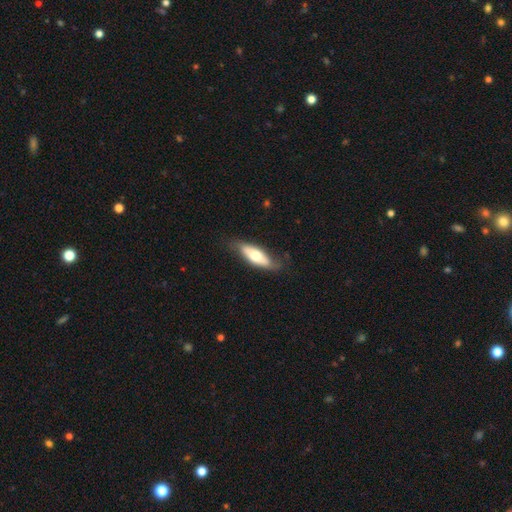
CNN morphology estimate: A smooth galaxy with no disk features (56%) that is in between round and cigar-shaped (64%). Merging: none (73%).